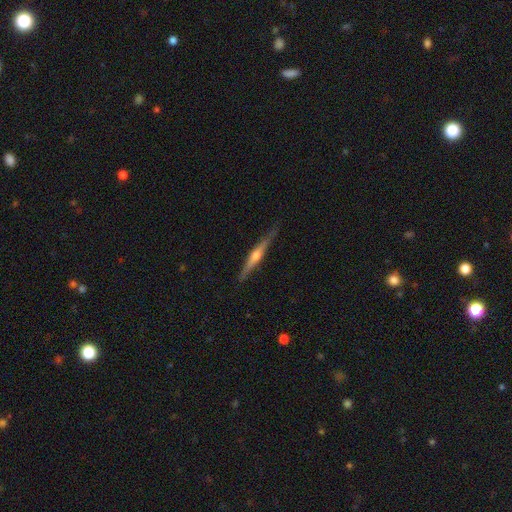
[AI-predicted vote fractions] Overall: featured or disk (70%). Edge-on disk: yes (97%). Edge-on bulge: rounded (88%). Merging: none (83%).